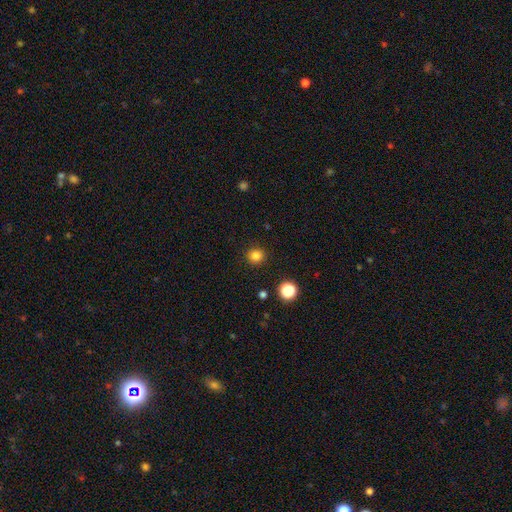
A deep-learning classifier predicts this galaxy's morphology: Smooth or featured? smooth (83%)
How rounded? round (89%)
Merging? none (91%)